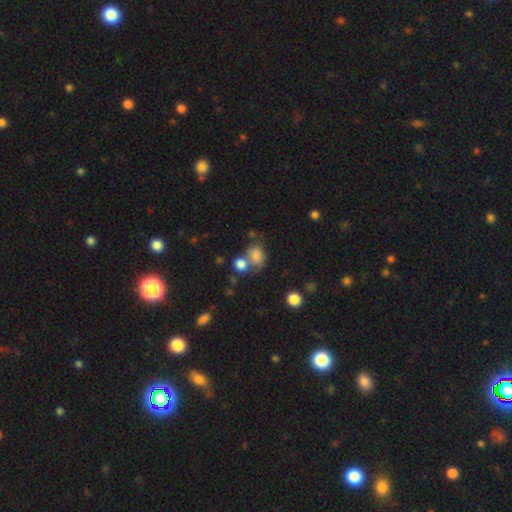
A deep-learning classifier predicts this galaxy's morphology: Overall: smooth (79%). How rounded: in between (62%; round 37%). Merging: merger (42%; none 36%).